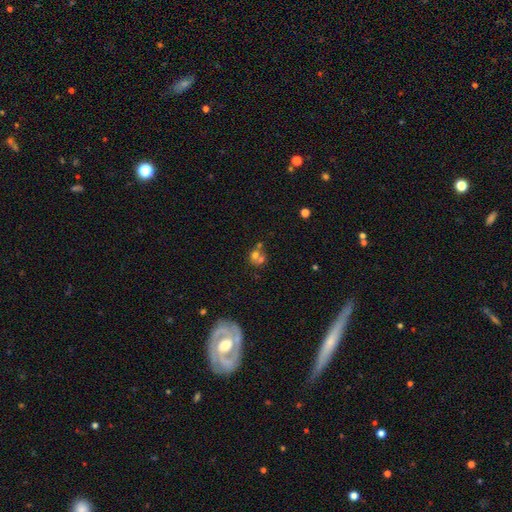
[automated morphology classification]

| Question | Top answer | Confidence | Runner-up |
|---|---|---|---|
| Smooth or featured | smooth | 60% | featured or disk (24%) |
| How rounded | round | 72% | in between (27%) |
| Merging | merger | 56% | none (31%) |